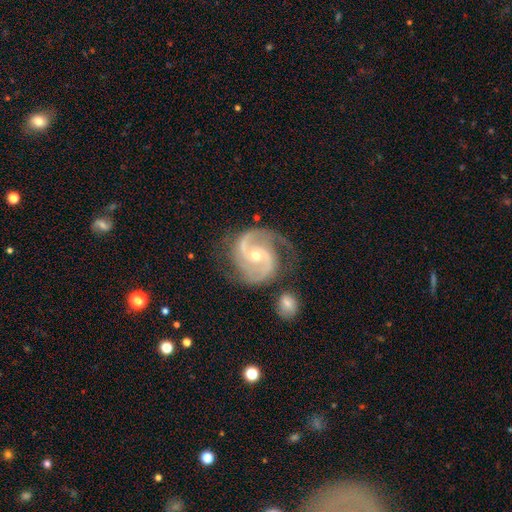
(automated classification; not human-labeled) The model was most divided on "bulge size" (2-way tie): moderate: 49%, small: 49%, large: 1%, none: 1%, dominant: 1%. More confident: spiral arms — yes (98%); edge-on disk — no (98%); smooth or featured — featured or disk (92%); spiral arm count — 2 (81%); merging — none (67%); bar — no (57%); spiral winding — medium (55%).